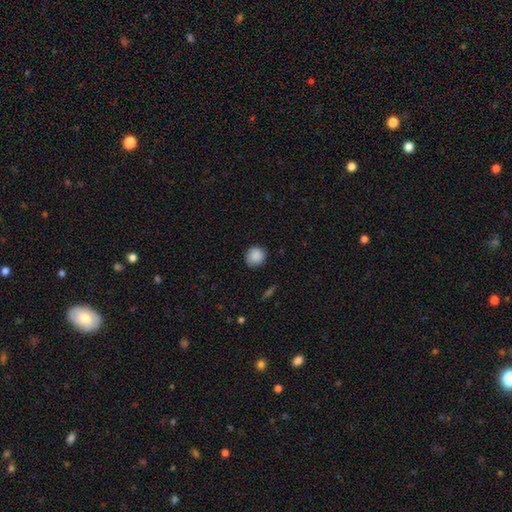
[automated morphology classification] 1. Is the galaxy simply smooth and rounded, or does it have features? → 88% smooth, 8% star or artifact, 3% featured or disk.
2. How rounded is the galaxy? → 89% round, 10% in between, 1% cigar-shaped.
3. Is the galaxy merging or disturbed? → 85% none, 12% minor disturbance, 2% major disturbance, 1% merger.